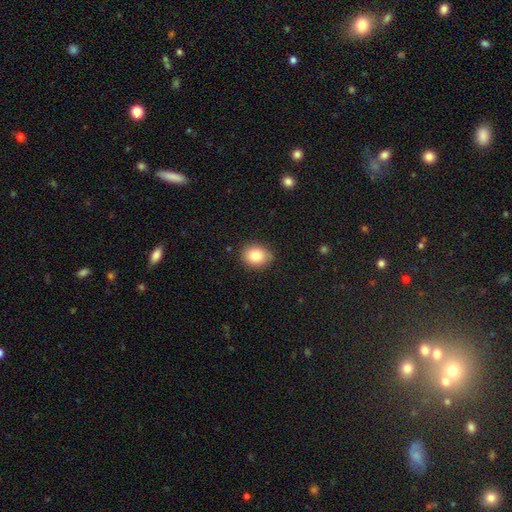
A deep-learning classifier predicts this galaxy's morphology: smooth_or_featured: smooth (p=0.84) [alt: star or artifact p=0.09]
how_rounded: round (p=0.54) [alt: in between p=0.45]
merging: none (p=0.84) [alt: minor disturbance p=0.12]